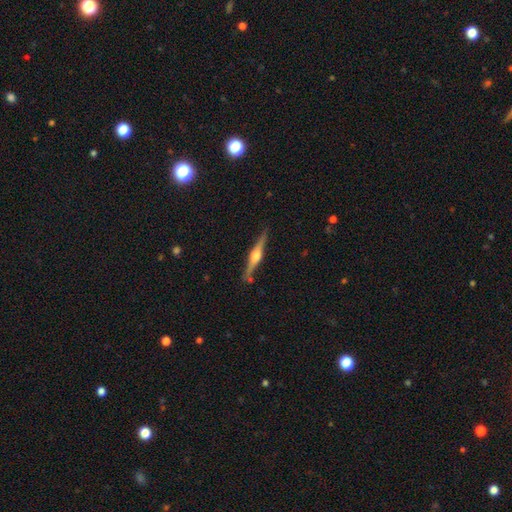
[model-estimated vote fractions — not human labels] featured or disk 79%, smooth 16%, star or artifact 5%. Down the decision tree: edge-on disk — yes (98%); edge-on bulge — rounded (94%); merging — none (85%).